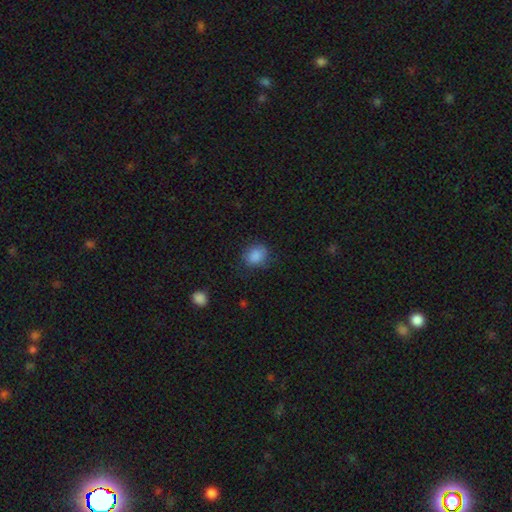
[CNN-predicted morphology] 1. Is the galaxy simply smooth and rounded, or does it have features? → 86% smooth, 9% star or artifact, 5% featured or disk.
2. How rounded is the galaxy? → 59% round, 40% in between, 1% cigar-shaped.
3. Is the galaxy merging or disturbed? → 72% none, 20% minor disturbance, 6% major disturbance, 1% merger.